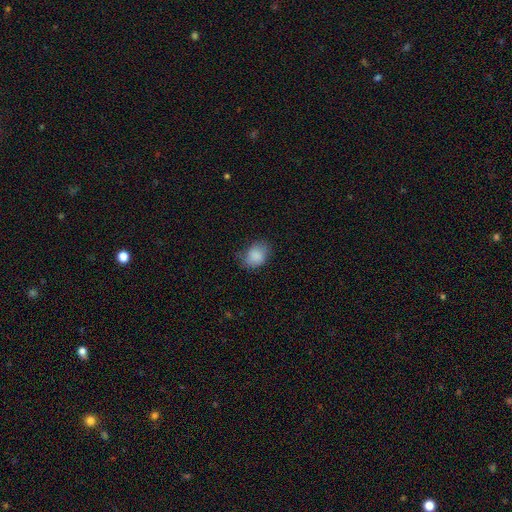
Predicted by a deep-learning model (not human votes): Q: Smooth or featured?
A: smooth (86%); runner-up: star or artifact (8%)
Q: How rounded?
A: in between (64%); runner-up: round (35%)
Q: Merging?
A: none (66%); runner-up: minor disturbance (26%)